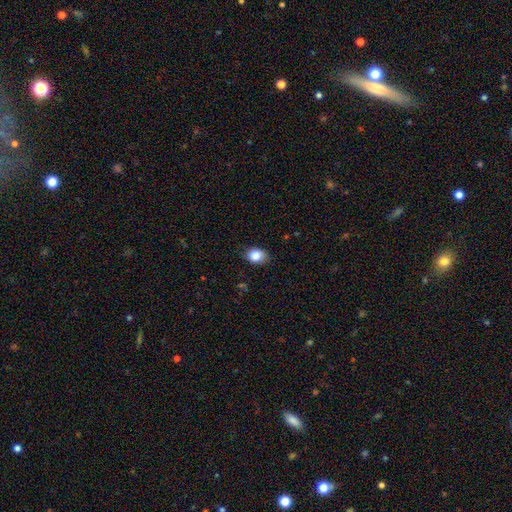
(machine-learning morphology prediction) Smooth or featured?
  - smooth: 86% *
  - star or artifact: 9%
  - featured or disk: 5%
How rounded?
  - in between: 59% *
  - round: 40%
  - cigar-shaped: 1%
Merging?
  - none: 80% *
  - minor disturbance: 16%
  - major disturbance: 3%
  - merger: 1%